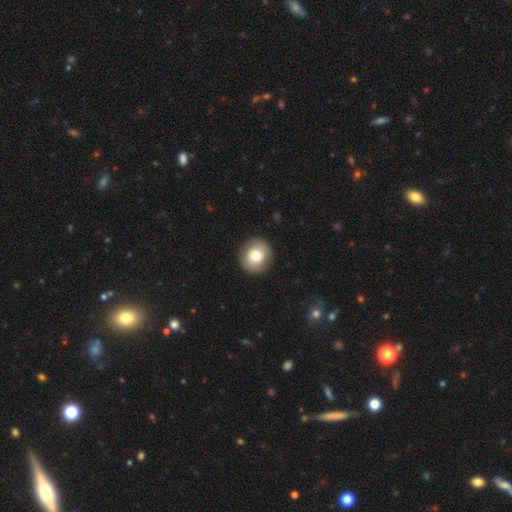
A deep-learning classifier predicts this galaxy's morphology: smooth_or_featured: smooth (p=0.69) [alt: featured or disk p=0.24]
how_rounded: round (p=0.92) [alt: in between p=0.07]
merging: none (p=0.89) [alt: minor disturbance p=0.07]